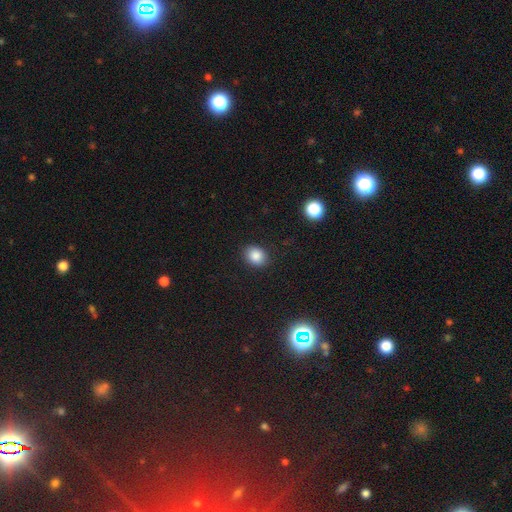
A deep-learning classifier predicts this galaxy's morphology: type=smooth (85%); roundness=round (51%); merging=none (88%).